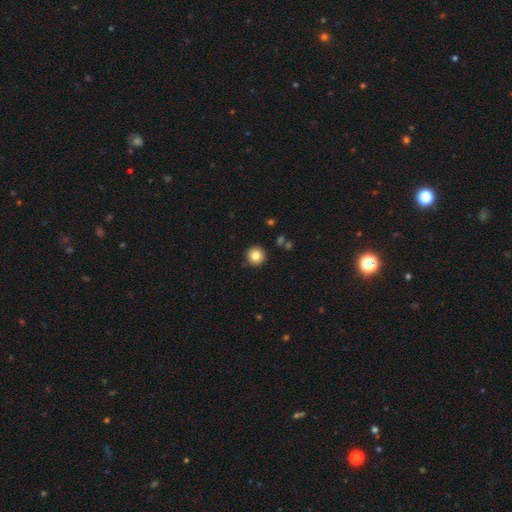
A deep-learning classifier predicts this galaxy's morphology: type=smooth (82%); roundness=round (95%); merging=none (91%).